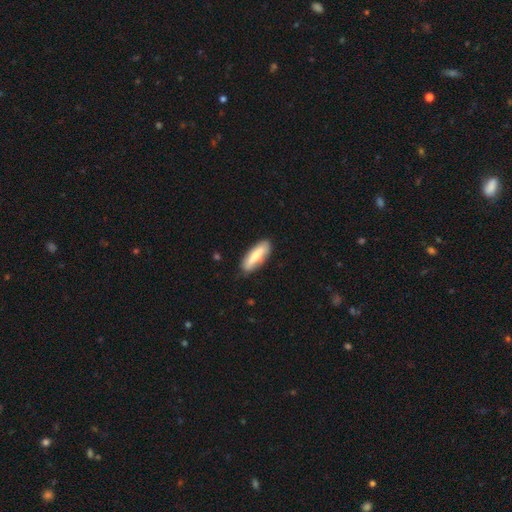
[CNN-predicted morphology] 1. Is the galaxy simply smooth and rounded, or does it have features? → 72% smooth, 22% featured or disk, 5% star or artifact.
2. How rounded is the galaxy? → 55% in between, 43% cigar-shaped, 2% round.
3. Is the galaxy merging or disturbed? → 81% none, 15% minor disturbance, 3% major disturbance, 1% merger.